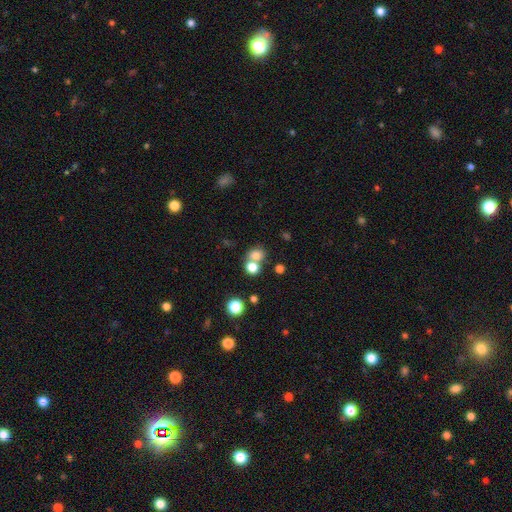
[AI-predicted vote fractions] The model was most divided on "merging": none: 45%, merger: 43%, minor disturbance: 8%, major disturbance: 4%. More confident: smooth or featured — smooth (75%); how rounded — round (67%).